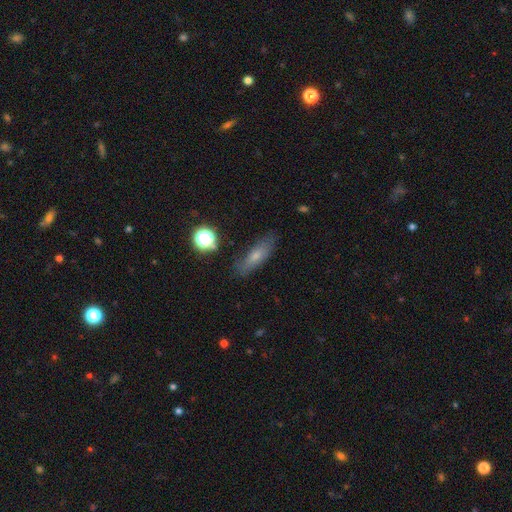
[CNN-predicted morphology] The model was most divided on "how rounded": in between: 49%, cigar-shaped: 46%, round: 5%. More confident: merging — none (77%); smooth or featured — smooth (61%).